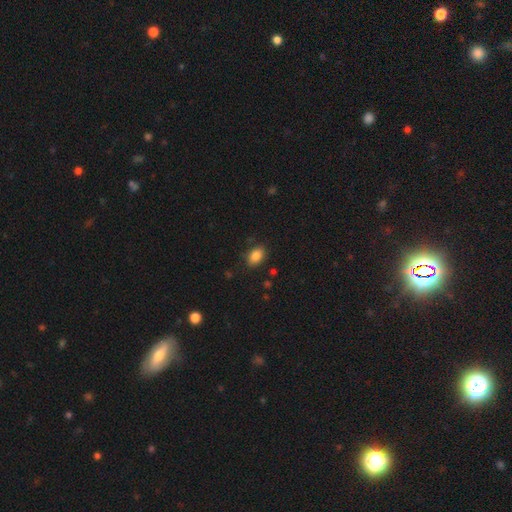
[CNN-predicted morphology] Smooth or featured? Predicted: smooth (p=0.85). How rounded? Predicted: in between (p=0.81). Merging? Predicted: none (p=0.84).